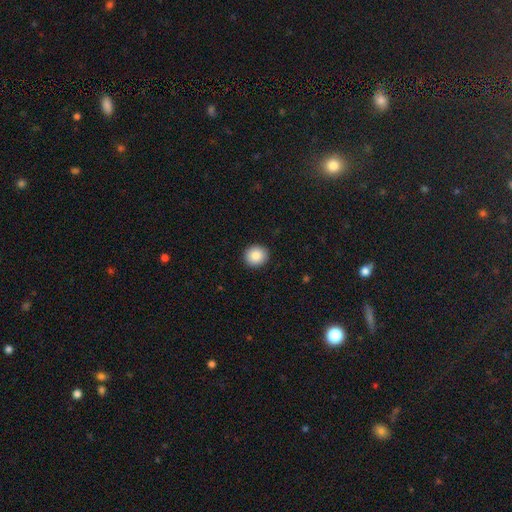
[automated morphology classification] Smooth or featured? smooth (87%)
How rounded? round (87%)
Merging? none (92%)